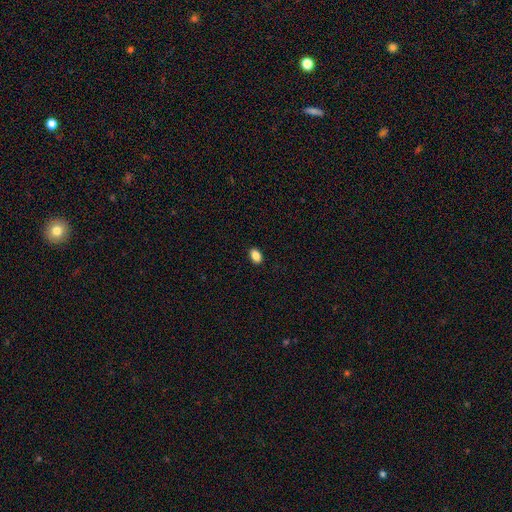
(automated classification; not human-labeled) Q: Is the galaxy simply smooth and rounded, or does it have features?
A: smooth — 87%.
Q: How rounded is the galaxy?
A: in between — 84%.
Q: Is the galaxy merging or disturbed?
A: none — 90%.